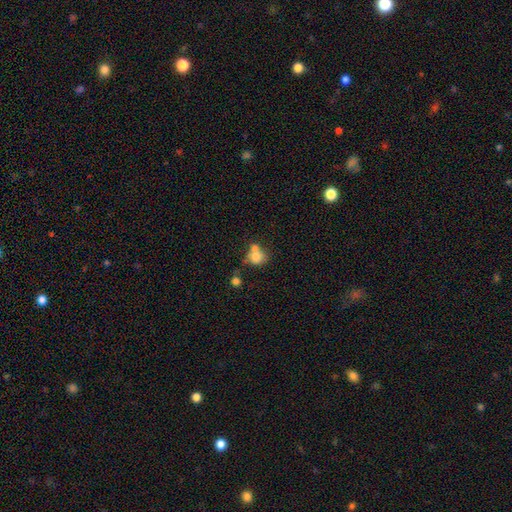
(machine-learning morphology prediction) Smooth or featured? Predicted: smooth (p=0.76). How rounded? Predicted: round (p=0.70). Merging? Predicted: merger (p=0.43).